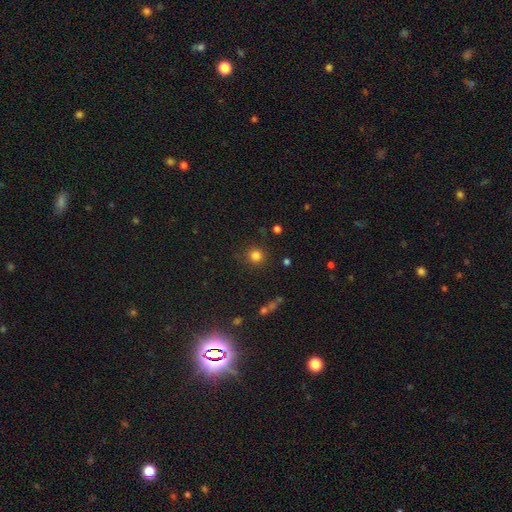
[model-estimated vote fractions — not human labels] This is clearly a smooth galaxy (81%). How rounded: clearly round (92%). Merging: clearly none (87%).